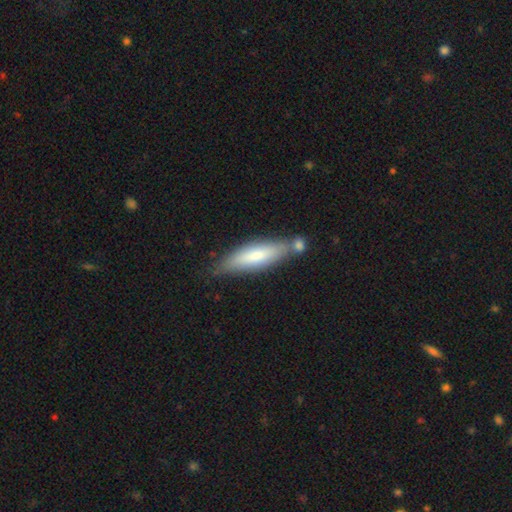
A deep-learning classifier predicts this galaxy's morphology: smooth 69%, featured or disk 26%, star or artifact 5%. Down the decision tree: how rounded — cigar-shaped (65%); merging — none (62%).